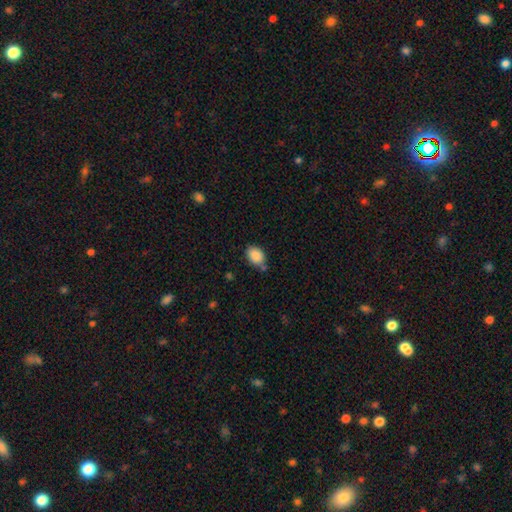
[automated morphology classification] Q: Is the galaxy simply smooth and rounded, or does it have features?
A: smooth — 88%.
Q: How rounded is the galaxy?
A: in between — 77%.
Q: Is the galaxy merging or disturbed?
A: none — 70%.